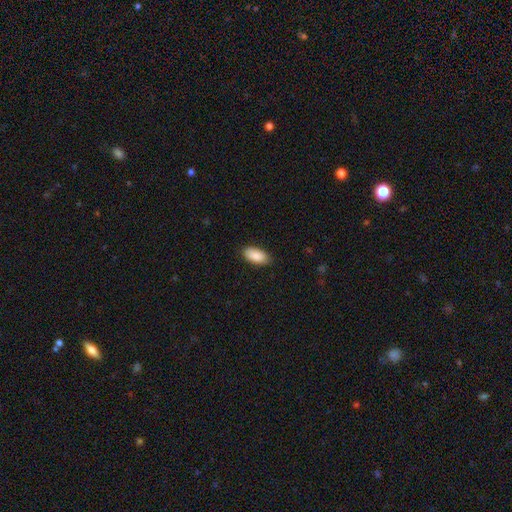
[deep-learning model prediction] smooth 89%, star or artifact 6%, featured or disk 5%. Down the decision tree: how rounded — in between (92%); merging — none (84%).